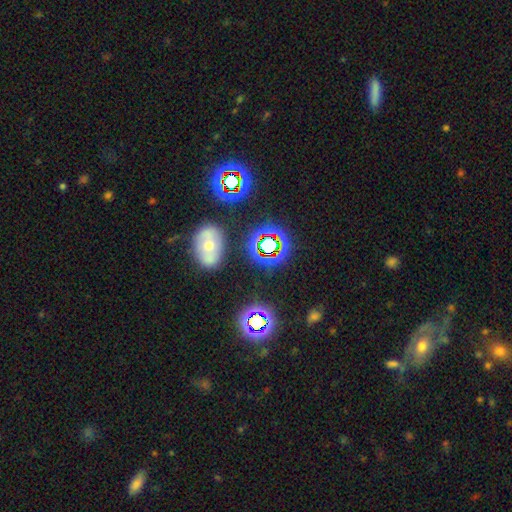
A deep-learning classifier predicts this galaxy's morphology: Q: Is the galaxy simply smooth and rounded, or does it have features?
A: star or artifact — 54%.